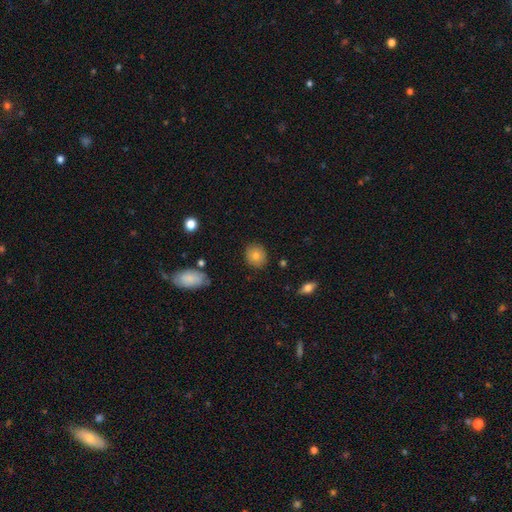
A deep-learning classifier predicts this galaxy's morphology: Smooth or featured?
  - smooth: 79% *
  - featured or disk: 11%
  - star or artifact: 9%
How rounded?
  - round: 75% *
  - in between: 24%
  - cigar-shaped: 1%
Merging?
  - none: 85% *
  - minor disturbance: 11%
  - major disturbance: 2%
  - merger: 1%